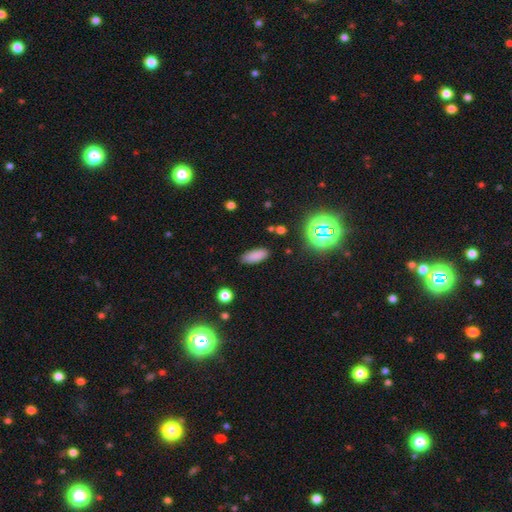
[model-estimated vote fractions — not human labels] This is clearly a smooth galaxy (82%). How rounded: likely in between (79%). Merging: clearly none (87%).